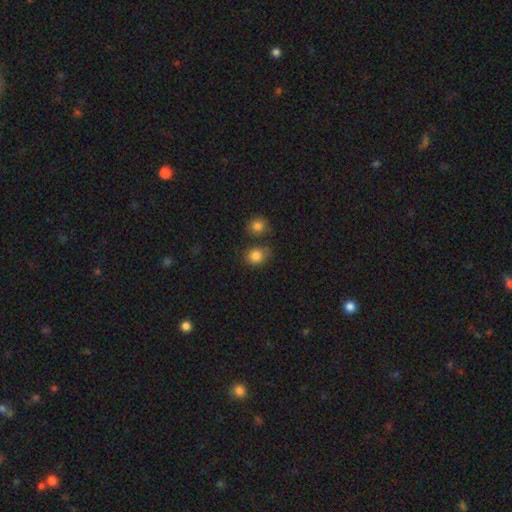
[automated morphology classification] A smooth galaxy with no disk features (84%) that is round (76%). Merging: none (64%).